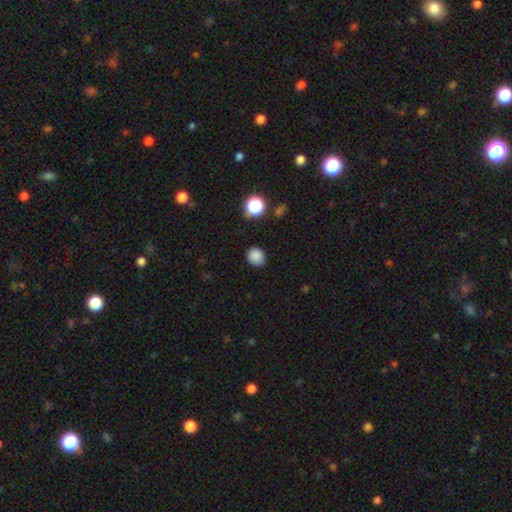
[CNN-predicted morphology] Q: Smooth or featured?
A: smooth (84%); runner-up: star or artifact (12%)
Q: How rounded?
A: round (72%); runner-up: in between (27%)
Q: Merging?
A: none (85%); runner-up: minor disturbance (11%)